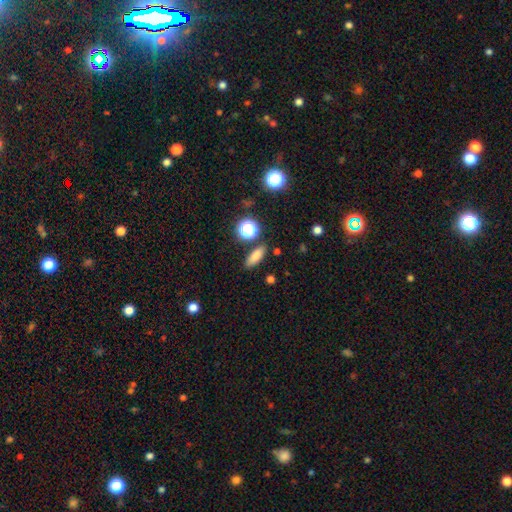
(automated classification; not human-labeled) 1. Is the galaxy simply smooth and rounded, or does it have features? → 78% smooth, 13% star or artifact, 8% featured or disk.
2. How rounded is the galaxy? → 58% in between, 31% cigar-shaped, 10% round.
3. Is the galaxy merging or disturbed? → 83% none, 10% minor disturbance, 4% merger, 3% major disturbance.